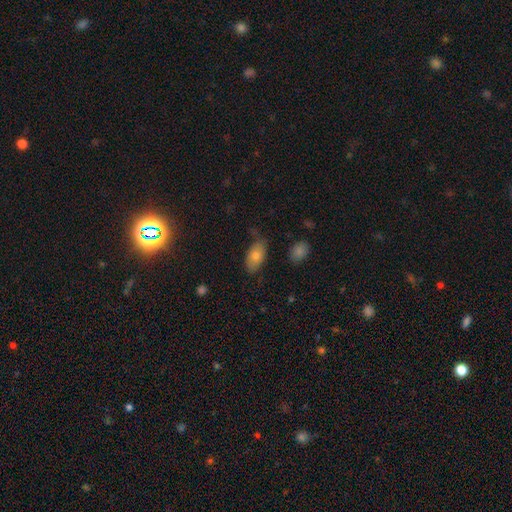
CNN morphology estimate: smooth_or_featured: smooth (p=0.78) [alt: featured or disk p=0.14]
how_rounded: in between (p=0.93) [alt: round p=0.04]
merging: none (p=0.68) [alt: minor disturbance p=0.22]